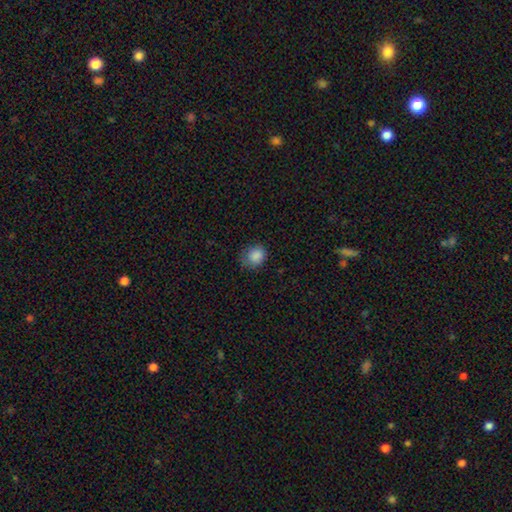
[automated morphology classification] Q: Smooth or featured?
A: smooth (87%); runner-up: star or artifact (10%)
Q: How rounded?
A: round (67%); runner-up: in between (32%)
Q: Merging?
A: none (69%); runner-up: minor disturbance (24%)